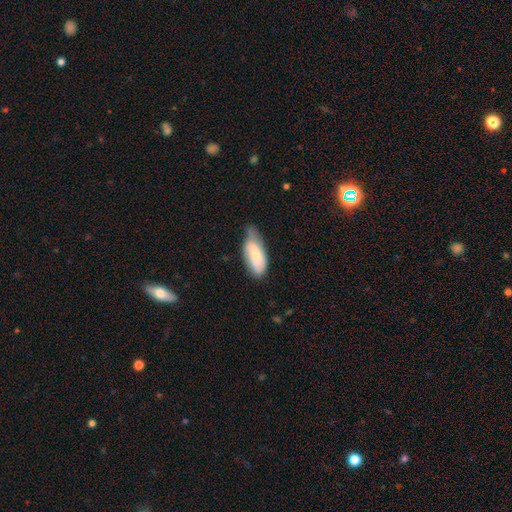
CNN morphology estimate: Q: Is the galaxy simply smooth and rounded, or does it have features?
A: smooth — 70%.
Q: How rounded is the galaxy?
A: in between — 82%.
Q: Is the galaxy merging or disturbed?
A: minor disturbance — 47%.